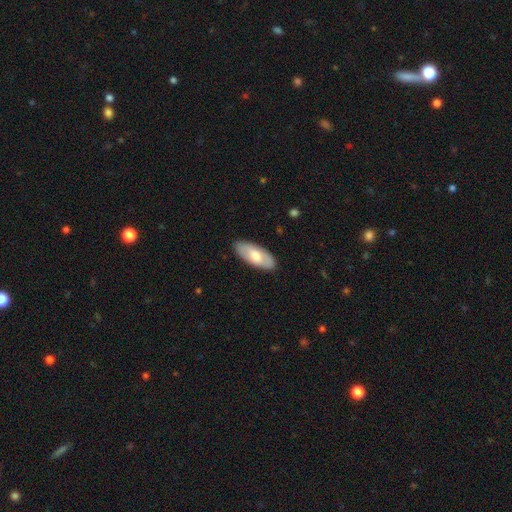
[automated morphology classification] Q: Smooth or featured?
A: smooth (63%); runner-up: featured or disk (32%)
Q: How rounded?
A: in between (86%); runner-up: cigar-shaped (12%)
Q: Merging?
A: none (87%); runner-up: minor disturbance (10%)